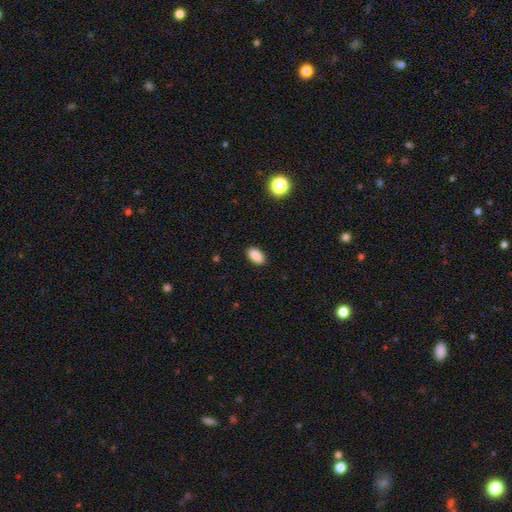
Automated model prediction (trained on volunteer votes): A smooth galaxy with no disk features (88%) that is in between round and cigar-shaped (93%).

Vote fractions:
- Smooth or featured? smooth: 88% / star or artifact: 8% / featured or disk: 4%
- How rounded? in between: 93% / round: 4% / cigar-shaped: 3%
- Merging? none: 89% / minor disturbance: 8% / major disturbance: 2% / merger: 1%